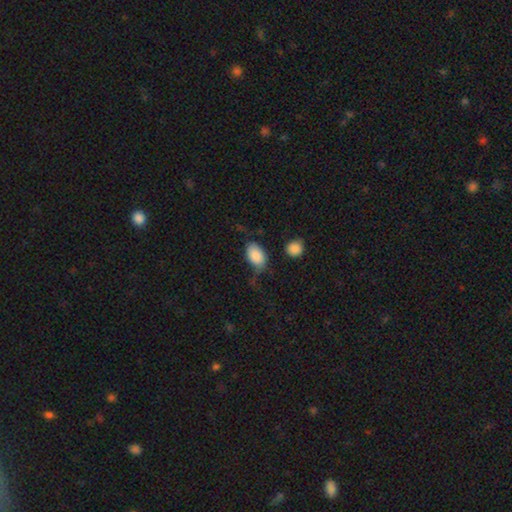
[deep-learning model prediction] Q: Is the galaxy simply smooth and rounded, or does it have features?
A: smooth — 85%.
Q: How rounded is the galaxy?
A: in between — 90%.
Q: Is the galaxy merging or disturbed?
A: none — 54%.